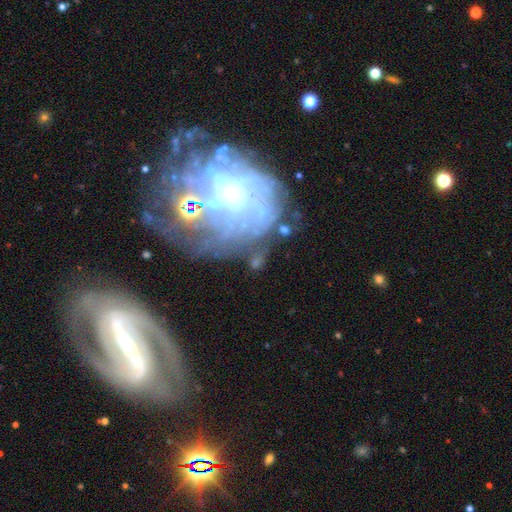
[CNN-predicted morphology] Overall: featured or disk (71%). Edge-on disk: no (96%). Bar: no (76%). Spiral arms: yes (71%). Bulge size: small (61%; moderate 27%). Merging: none (50%; major disturbance 24%).